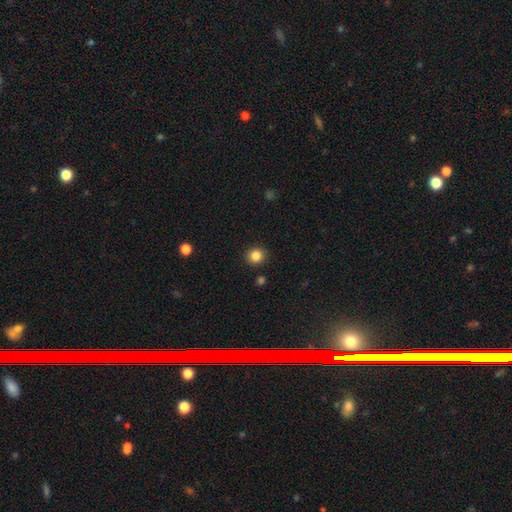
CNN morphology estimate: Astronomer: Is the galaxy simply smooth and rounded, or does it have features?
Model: smooth — 85%.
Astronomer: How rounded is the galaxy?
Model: round — 91%.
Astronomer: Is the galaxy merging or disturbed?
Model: none — 90%.